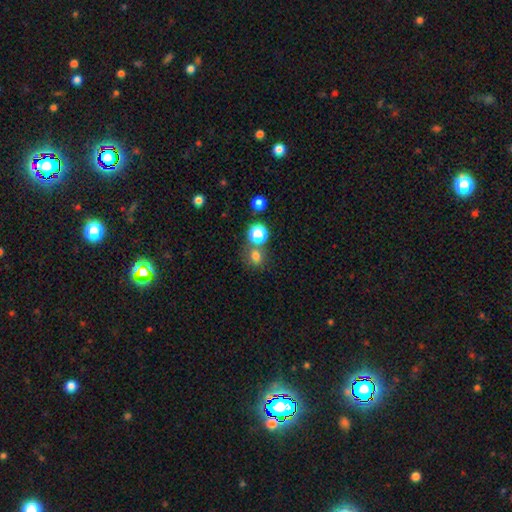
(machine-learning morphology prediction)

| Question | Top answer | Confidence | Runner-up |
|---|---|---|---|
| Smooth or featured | smooth | 74% | star or artifact (19%) |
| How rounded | round | 75% | in between (24%) |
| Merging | none | 64% | merger (20%) |